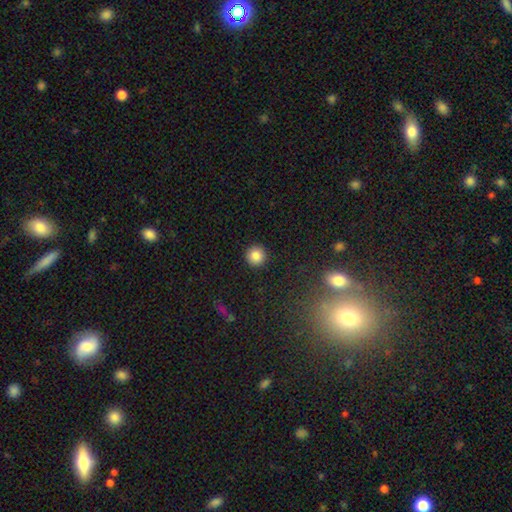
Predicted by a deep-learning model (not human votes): smooth-or-featured: smooth: 84% | star or artifact: 11% | featured or disk: 5%
  how-rounded: round: 95% | in between: 4% | cigar-shaped: 1%
  merging: none: 93% | minor disturbance: 5% | major disturbance: 2% | merger: 1%